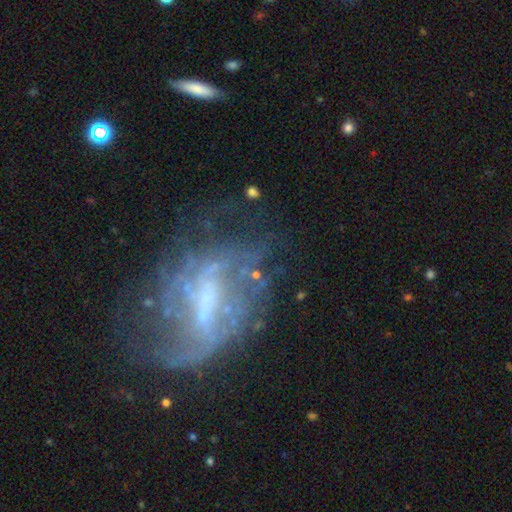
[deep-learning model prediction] smooth_or_featured: featured or disk (p=0.76) [alt: star or artifact p=0.12]
disk_edge_on: no (p=0.95) [alt: yes p=0.05]
bar: weak (p=0.42) [alt: strong p=0.29]
has_spiral_arms: yes (p=0.65) [alt: no p=0.35]
bulge_size: none (p=0.37) [alt: small p=0.35]
merging: none (p=0.44) [alt: major disturbance p=0.31]